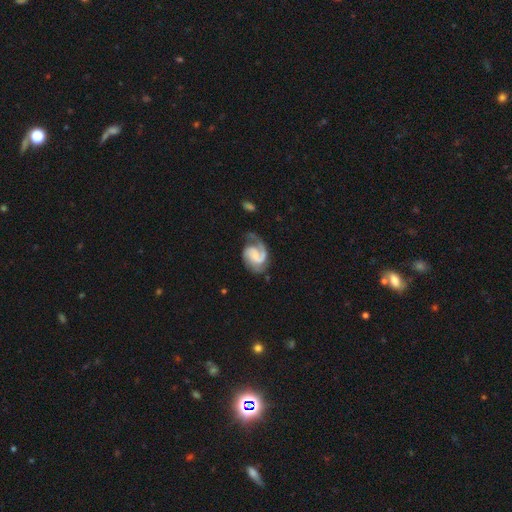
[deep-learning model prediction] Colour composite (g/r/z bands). It shows a featured or disk galaxy (83%) with no bar (47%), 2 (62%) medium (48%) spiral arms (97%) and no central bulge (39%). Merging: none (56%).